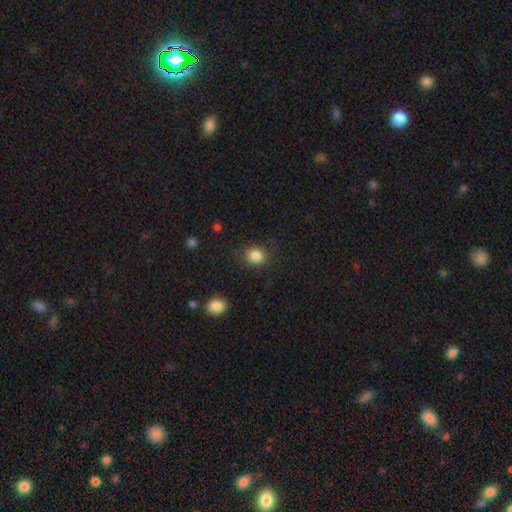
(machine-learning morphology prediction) A smooth galaxy with no disk features (85%) that is round (78%).

Vote fractions:
- Smooth or featured? smooth: 85% / star or artifact: 10% / featured or disk: 5%
- How rounded? round: 78% / in between: 21% / cigar-shaped: 1%
- Merging? none: 85% / minor disturbance: 10% / major disturbance: 4% / merger: 2%